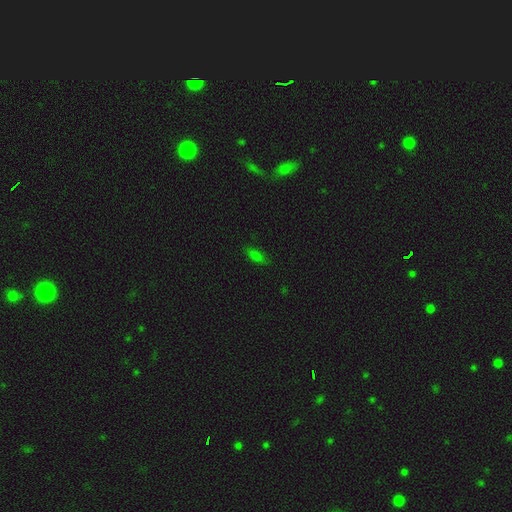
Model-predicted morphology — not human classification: The model was most divided on "how rounded": in between: 68%, cigar-shaped: 28%, round: 4%. More confident: merging — none (81%); smooth or featured — smooth (75%).